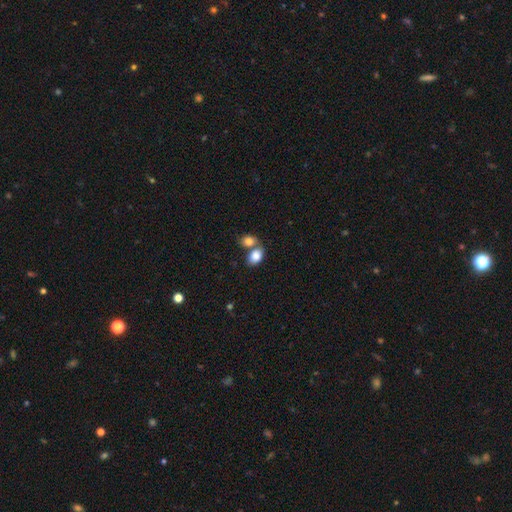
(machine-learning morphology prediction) Overall: smooth (84%). How rounded: in between (74%). Merging: merger (51%; none 36%).